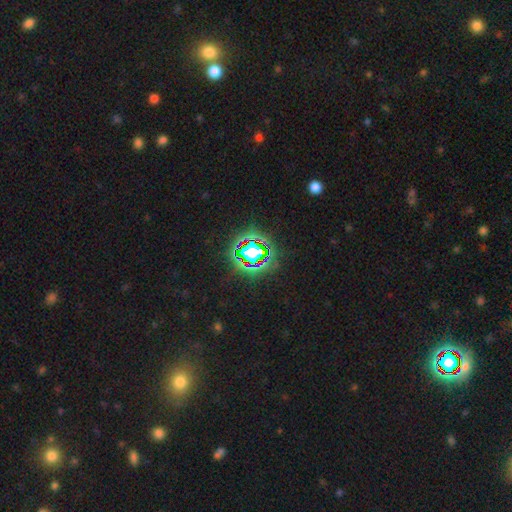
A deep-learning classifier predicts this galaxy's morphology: Smooth or featured? star or artifact (66%)